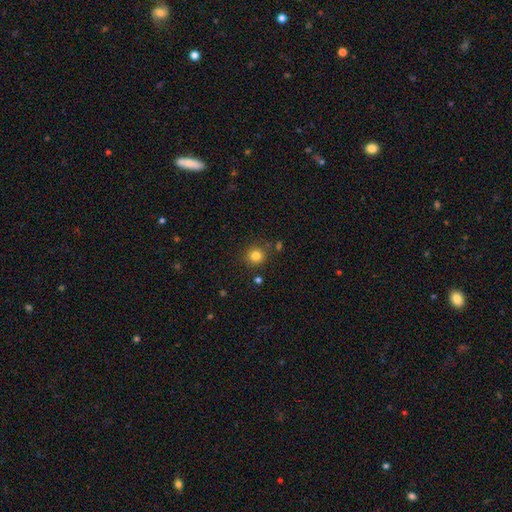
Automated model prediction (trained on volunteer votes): Smooth or featured?
  - smooth: 81% *
  - star or artifact: 13%
  - featured or disk: 6%
How rounded?
  - round: 92% *
  - in between: 7%
  - cigar-shaped: 1%
Merging?
  - none: 85% *
  - minor disturbance: 8%
  - merger: 4%
  - major disturbance: 3%